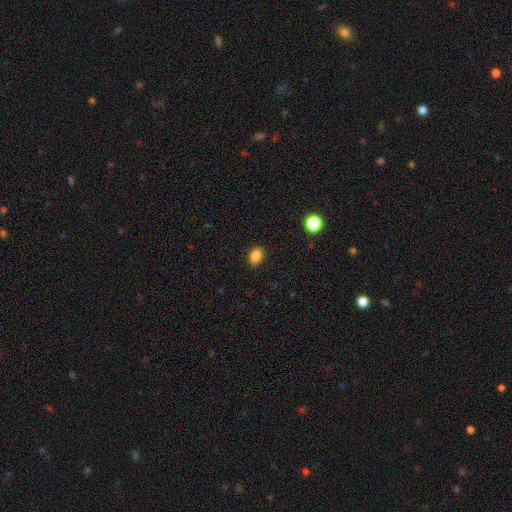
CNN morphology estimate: The model was most divided on "how rounded": in between: 78%, round: 20%, cigar-shaped: 2%. More confident: merging — none (89%); smooth or featured — smooth (84%).